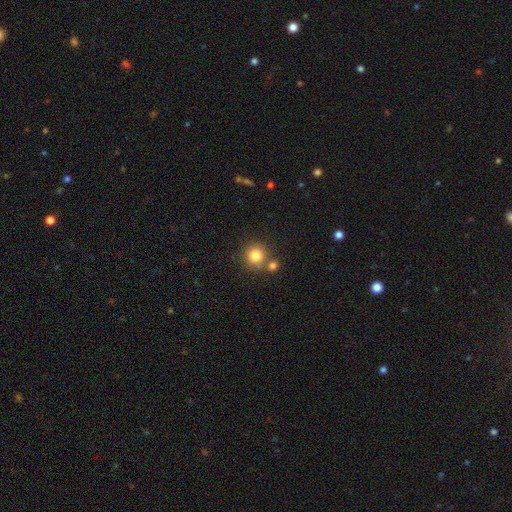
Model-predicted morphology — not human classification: Smooth or featured?
  - smooth: 82% *
  - star or artifact: 11%
  - featured or disk: 7%
How rounded?
  - round: 92% *
  - in between: 7%
  - cigar-shaped: 1%
Merging?
  - none: 70% *
  - merger: 19%
  - minor disturbance: 8%
  - major disturbance: 3%